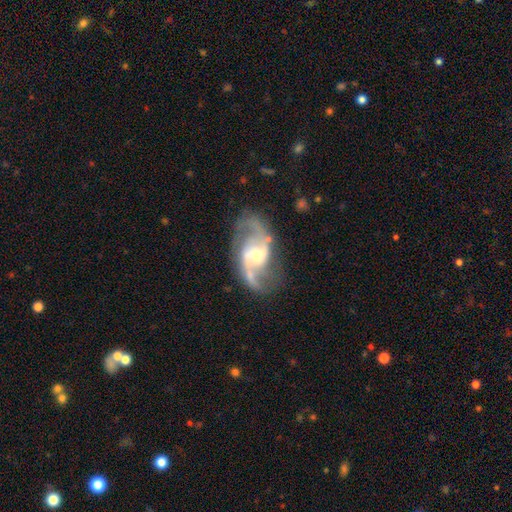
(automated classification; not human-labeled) Morphology: type=featured or disk (90%); edge-on=no (97%); bar=weak (49%); spiral arms=yes (97%); winding=medium (46%); arm count=2 (92%); bulge=moderate (52%); merging=none (74%).